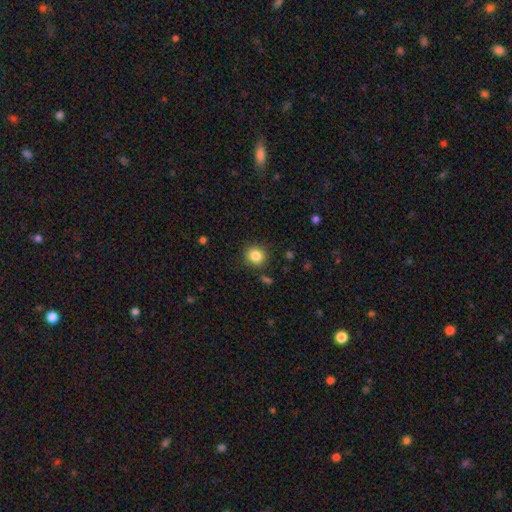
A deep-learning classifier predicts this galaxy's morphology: Overall: smooth (85%). How rounded: round (86%). Merging: none (87%).